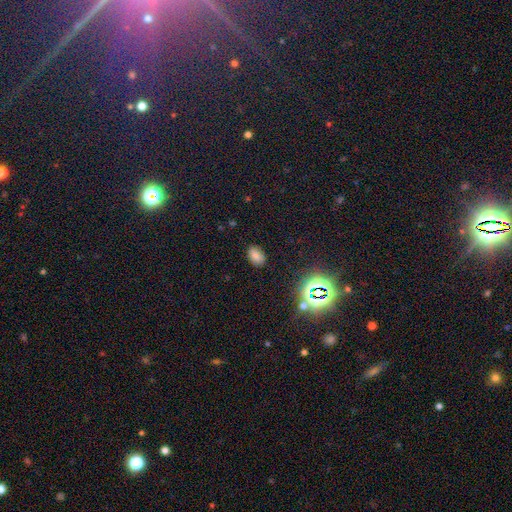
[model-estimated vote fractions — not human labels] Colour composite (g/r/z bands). It shows a smooth galaxy with no disk features (74%) that is in between round and cigar-shaped (85%). Merging: none (85%).